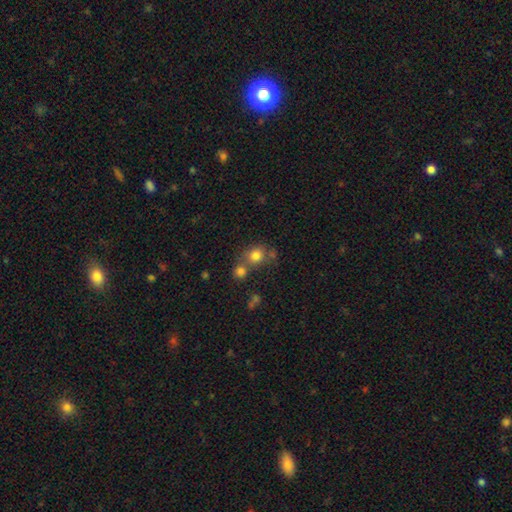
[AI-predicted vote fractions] smooth 77%, star or artifact 13%, featured or disk 10%. Down the decision tree: how rounded — round (75%); merging — none (52%).